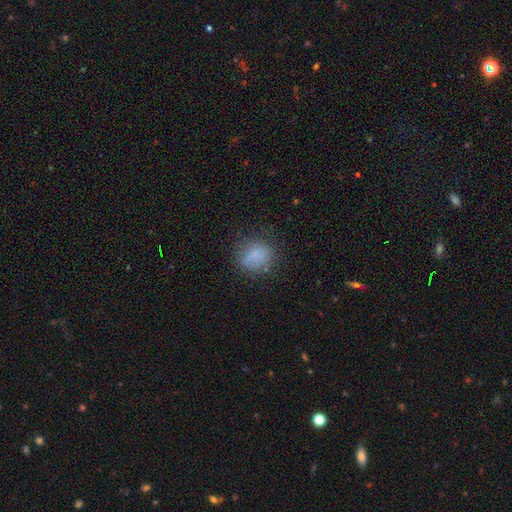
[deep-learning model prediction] Smooth or featured: smooth — 79% (star or artifact — 11%)
How rounded: round — 60% (in between — 38%)
Merging: none — 70% (minor disturbance — 20%)